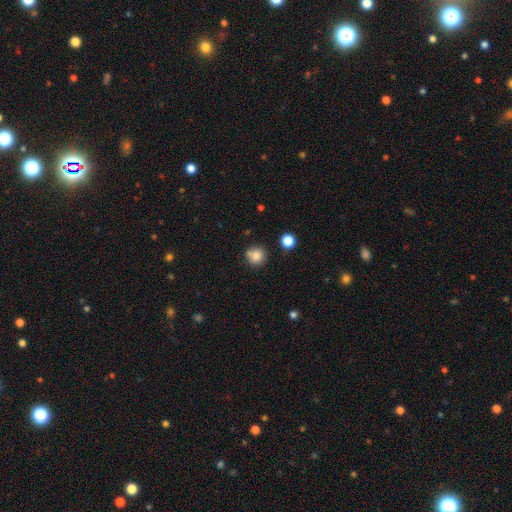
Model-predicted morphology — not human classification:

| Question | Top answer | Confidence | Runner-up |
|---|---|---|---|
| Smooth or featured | smooth | 83% | star or artifact (11%) |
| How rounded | round | 92% | in between (7%) |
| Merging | none | 75% | minor disturbance (14%) |